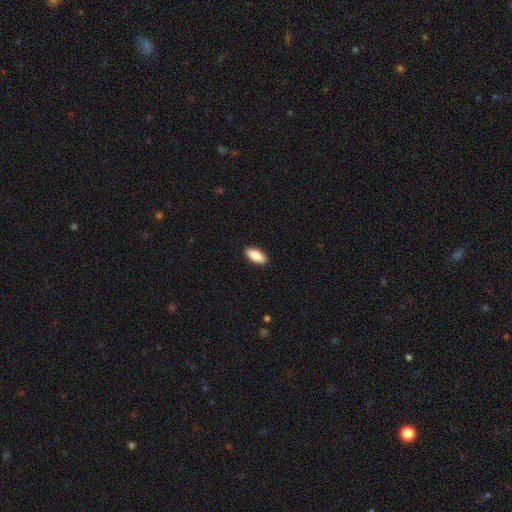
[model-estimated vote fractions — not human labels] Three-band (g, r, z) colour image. It shows a smooth galaxy with no disk features (85%) that is in between round and cigar-shaped (81%). Merging: none (91%).